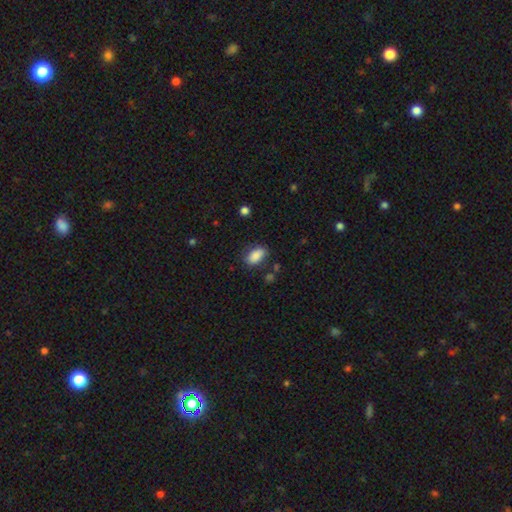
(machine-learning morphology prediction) This appears to be a smooth galaxy with no disk features (86%) that is in between round and cigar-shaped (92%). Merging: none (77%).